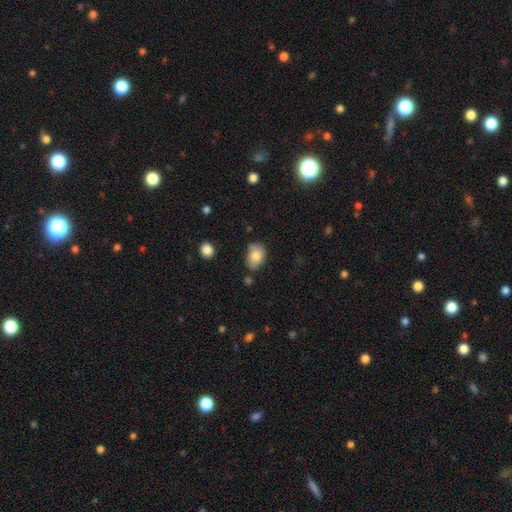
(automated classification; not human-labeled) The model was most divided on "merging": none: 69%, minor disturbance: 22%, merger: 5%, major disturbance: 4%. More confident: smooth or featured — smooth (80%); how rounded — in between (78%).